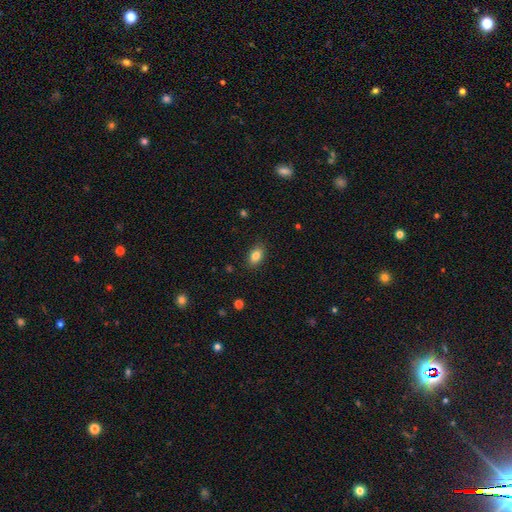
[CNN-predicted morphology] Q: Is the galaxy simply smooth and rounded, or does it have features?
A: smooth — 83%.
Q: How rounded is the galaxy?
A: in between — 86%.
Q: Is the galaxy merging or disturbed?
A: none — 87%.